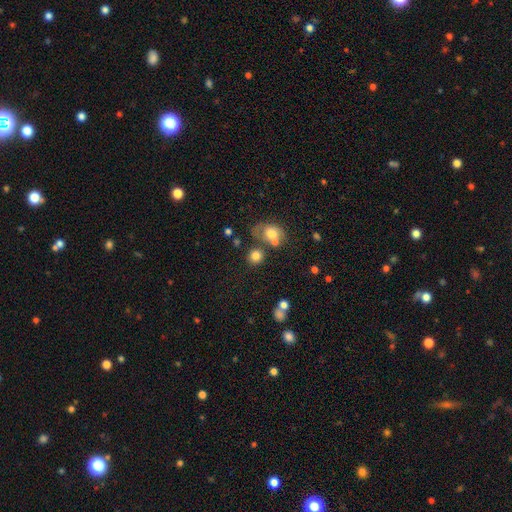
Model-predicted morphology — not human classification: Smooth or featured? Predicted: smooth (p=0.79). How rounded? Predicted: round (p=0.84). Merging? Predicted: none (p=0.65).